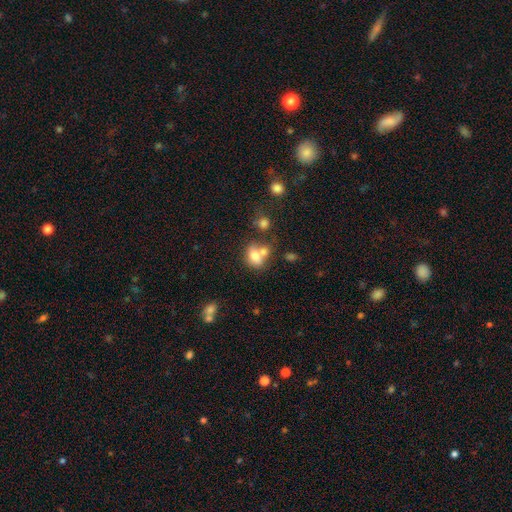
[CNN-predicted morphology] Q: Smooth or featured?
A: smooth (74%); runner-up: featured or disk (15%)
Q: How rounded?
A: in between (71%); runner-up: round (27%)
Q: Merging?
A: merger (47%); runner-up: none (33%)